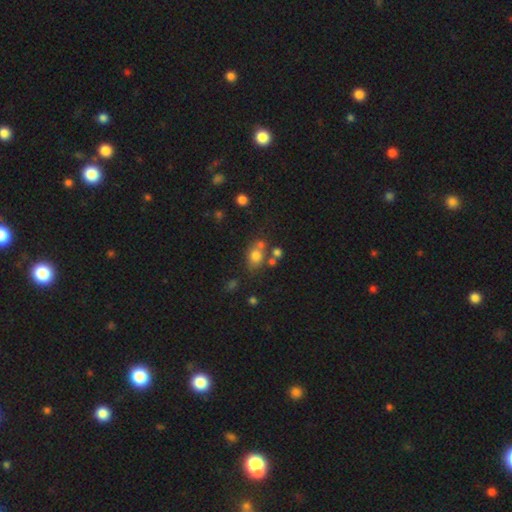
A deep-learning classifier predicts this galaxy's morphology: Smooth or featured? smooth (73%)
How rounded? round (52%)
Merging? none (54%)